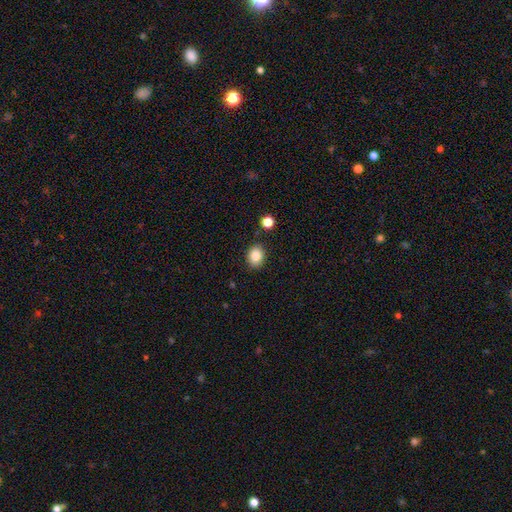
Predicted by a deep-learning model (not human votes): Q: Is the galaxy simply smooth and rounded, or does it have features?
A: smooth — 85%.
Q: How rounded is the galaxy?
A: in between — 50%.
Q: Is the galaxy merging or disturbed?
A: none — 87%.